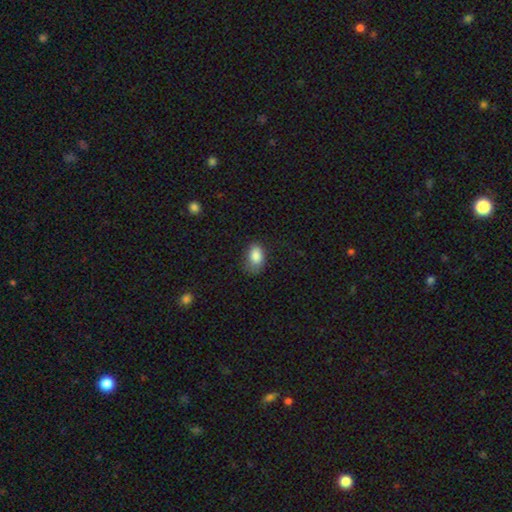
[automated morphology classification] smooth 86%, star or artifact 8%, featured or disk 6%. Down the decision tree: how rounded — in between (87%); merging — none (61%).